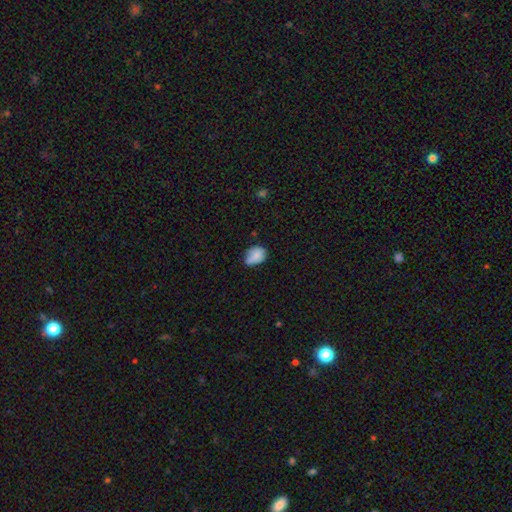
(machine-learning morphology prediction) Smooth or featured: smooth — 78% (featured or disk — 13%)
How rounded: in between — 67% (round — 31%)
Merging: none — 48% (minor disturbance — 38%)